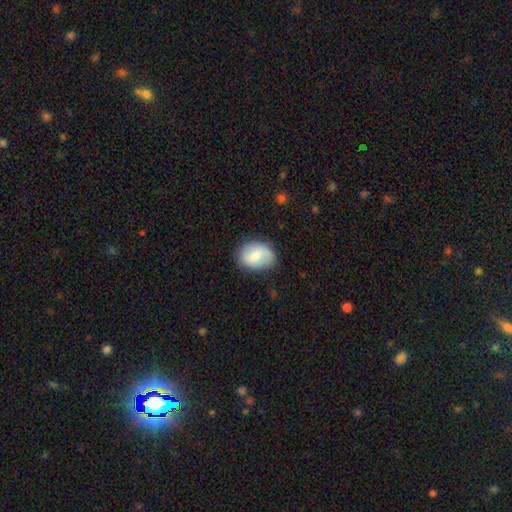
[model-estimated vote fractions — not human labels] This appears to be a smooth galaxy with no disk features (67%) that is in between round and cigar-shaped (65%). Merging: none (77%).